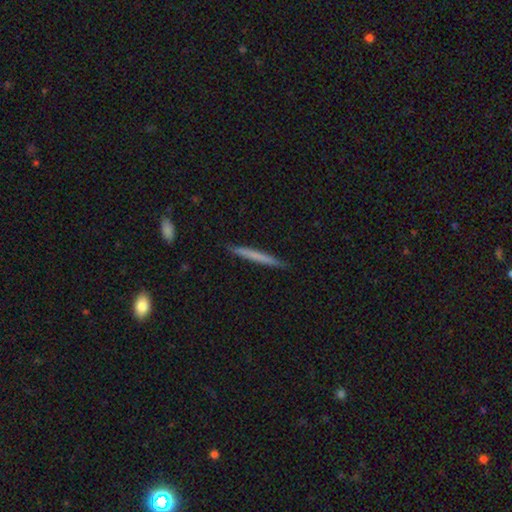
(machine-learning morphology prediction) smooth 62%, featured or disk 32%, star or artifact 6%. Down the decision tree: how rounded — cigar-shaped (97%); merging — none (91%).